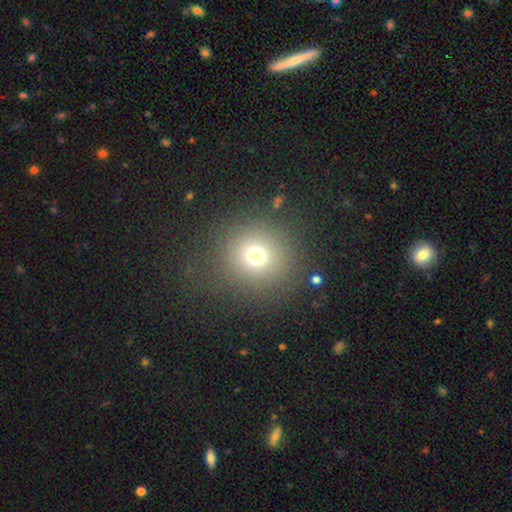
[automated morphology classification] smooth 71%, star or artifact 19%, featured or disk 10%. Down the decision tree: how rounded — round (92%); merging — none (83%).